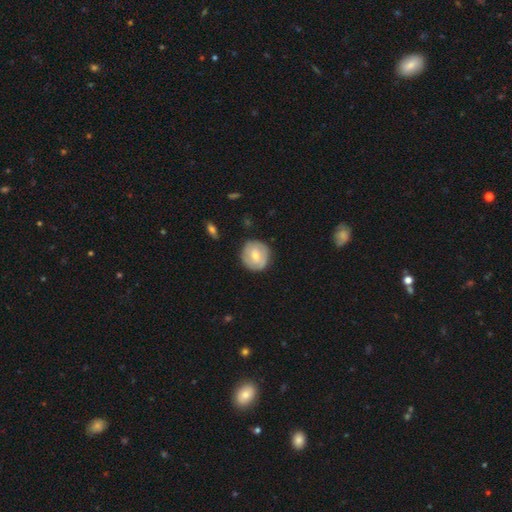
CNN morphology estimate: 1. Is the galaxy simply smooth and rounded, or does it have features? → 51% smooth, 44% featured or disk, 6% star or artifact.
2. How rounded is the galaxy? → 87% round, 12% in between, 1% cigar-shaped.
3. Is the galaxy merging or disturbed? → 81% none, 15% minor disturbance, 3% major disturbance, 2% merger.